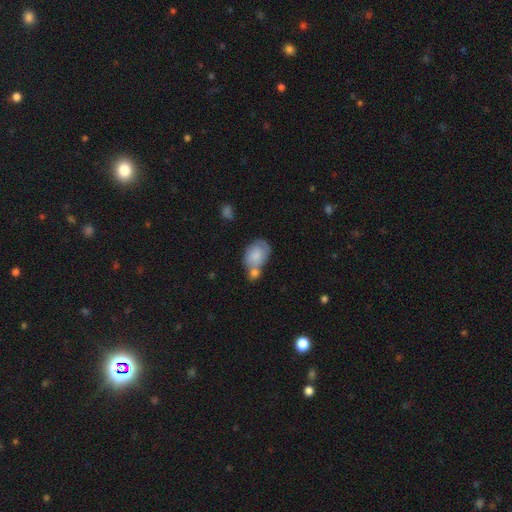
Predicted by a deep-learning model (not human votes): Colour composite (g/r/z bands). It shows a smooth galaxy with no disk features (71%) that is in between round and cigar-shaped (75%). Merging: merger (47%).